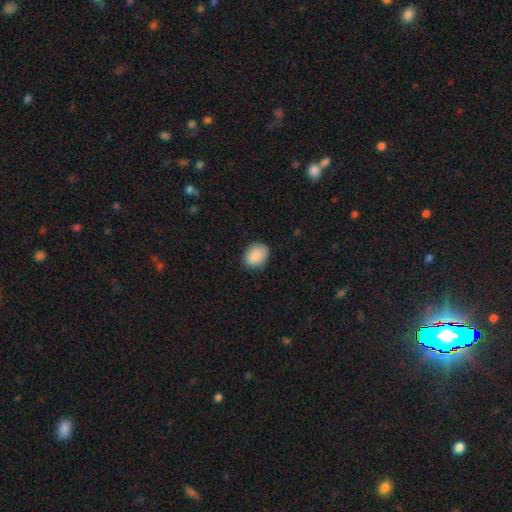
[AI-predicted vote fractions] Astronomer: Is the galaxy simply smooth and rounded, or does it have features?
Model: smooth — 89%.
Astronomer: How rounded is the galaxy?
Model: in between — 59% (runner-up: round, 40%).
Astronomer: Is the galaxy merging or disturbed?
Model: none — 84%.